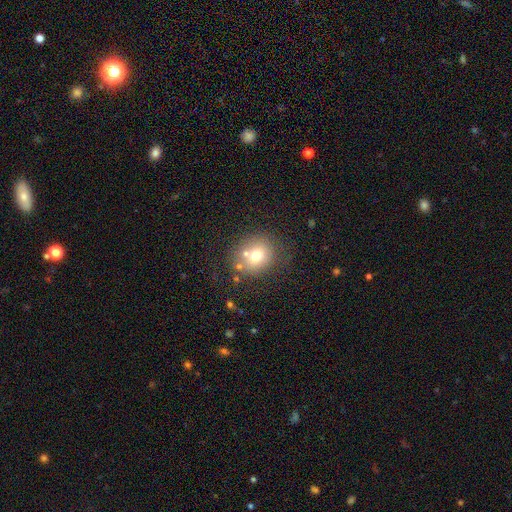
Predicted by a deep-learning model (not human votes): smooth-or-featured: smooth: 68% | featured or disk: 18% | star or artifact: 14%
  how-rounded: round: 76% | in between: 23% | cigar-shaped: 1%
  merging: none: 64% | merger: 17% | minor disturbance: 14% | major disturbance: 6%